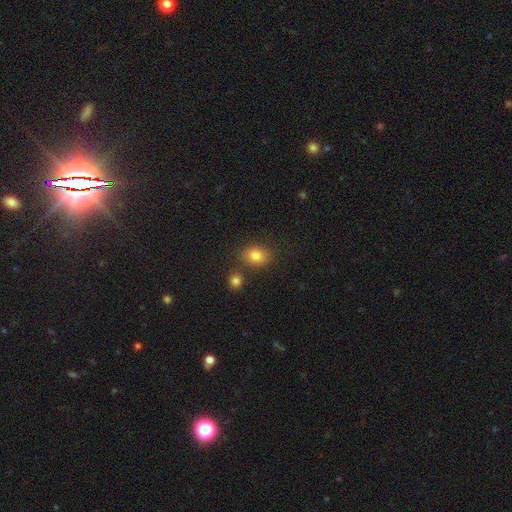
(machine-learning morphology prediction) Overall: smooth (81%). How rounded: in between (53%; round 46%). Merging: none (72%).